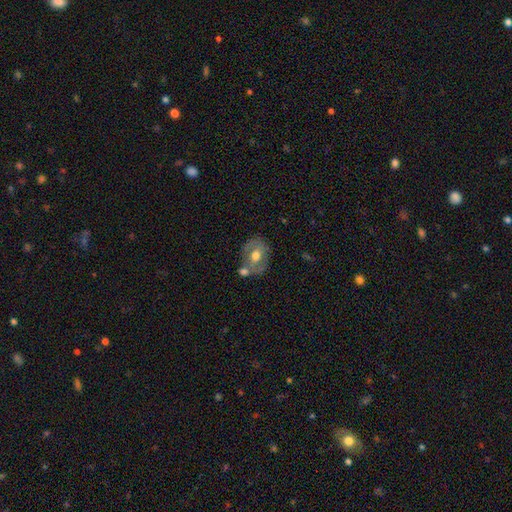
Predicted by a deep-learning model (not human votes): Morphology: type=smooth (46%, tied with featured or disk); merging=none (55%).